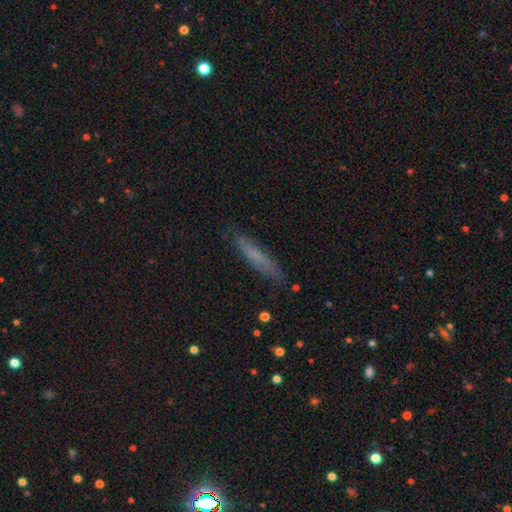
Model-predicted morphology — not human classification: Smooth or featured? Predicted: smooth (p=0.59). How rounded? Predicted: cigar-shaped (p=0.90). Merging? Predicted: none (p=0.82).